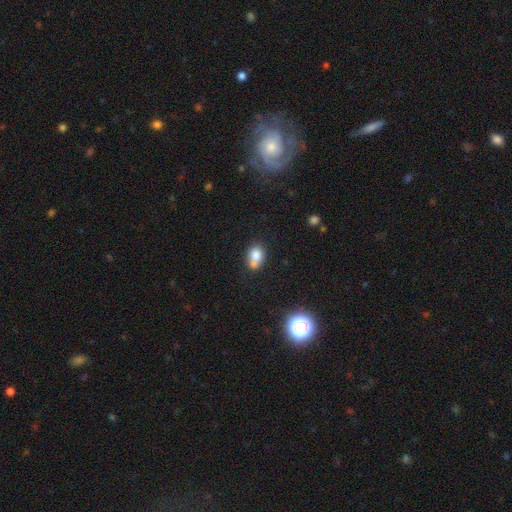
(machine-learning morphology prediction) Smooth or featured: smooth — 75% (featured or disk — 14%)
How rounded: in between — 58% (round — 40%)
Merging: none — 41% (merger — 38%)